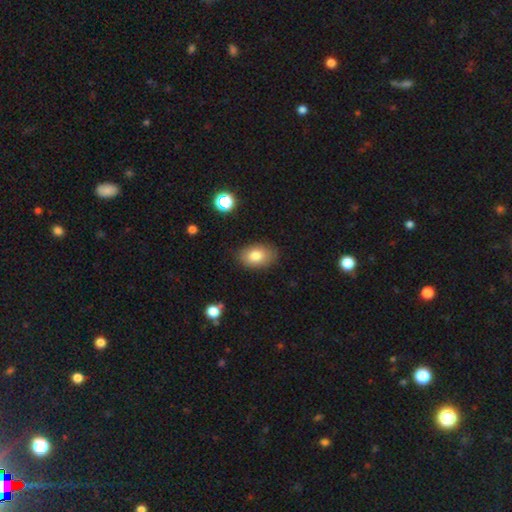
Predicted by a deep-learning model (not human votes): Smooth or featured?
  - smooth: 81% *
  - featured or disk: 10%
  - star or artifact: 9%
How rounded?
  - in between: 86% *
  - round: 13%
  - cigar-shaped: 1%
Merging?
  - none: 83% *
  - minor disturbance: 13%
  - major disturbance: 3%
  - merger: 1%